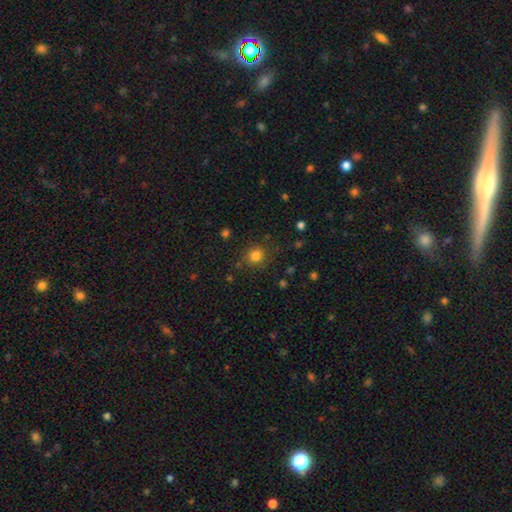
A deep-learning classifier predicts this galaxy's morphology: Smooth or featured? Predicted: smooth (p=0.81). How rounded? Predicted: round (p=0.88). Merging? Predicted: none (p=0.83).